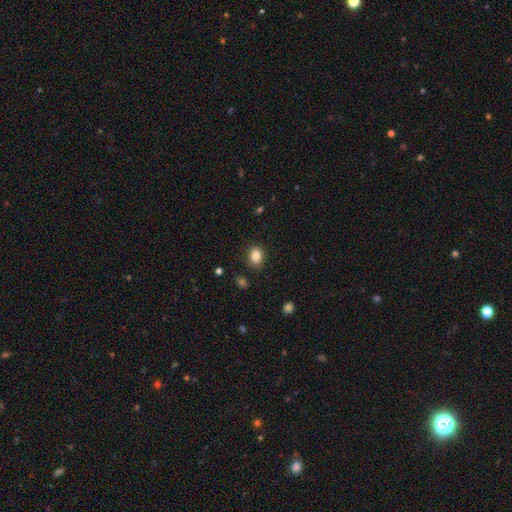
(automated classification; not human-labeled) This is clearly a smooth galaxy (85%). How rounded: likely in between (67%). Merging: clearly none (86%).